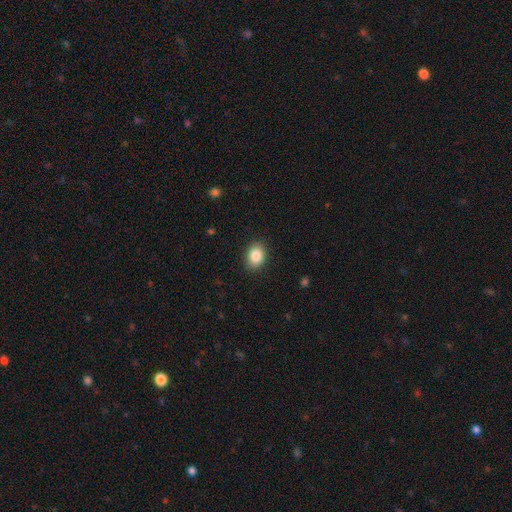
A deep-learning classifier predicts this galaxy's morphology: A smooth galaxy with no disk features (86%) that is in between round and cigar-shaped (71%).

Vote fractions:
- Smooth or featured? smooth: 86% / star or artifact: 8% / featured or disk: 5%
- How rounded? in between: 71% / round: 28% / cigar-shaped: 1%
- Merging? none: 89% / minor disturbance: 8% / major disturbance: 2% / merger: 1%